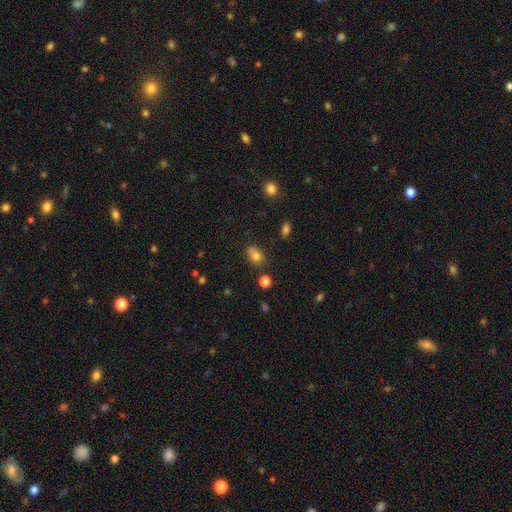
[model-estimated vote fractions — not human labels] smooth 78%, star or artifact 12%, featured or disk 10%. Down the decision tree: how rounded — in between (62%); merging — none (57%).